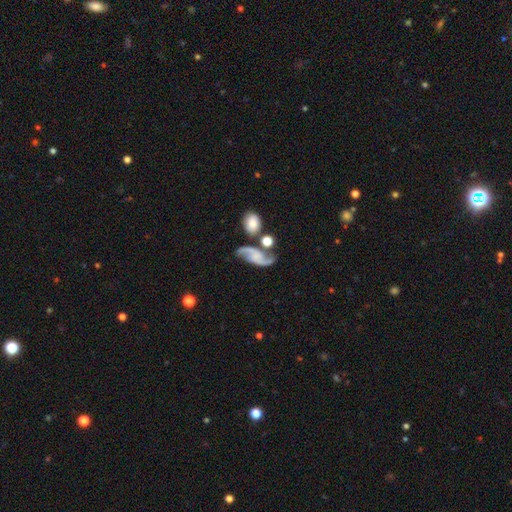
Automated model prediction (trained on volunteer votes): The model was most divided on "bulge size": none: 54%, small: 28%, moderate: 11%, large: 4%, dominant: 2%. More confident: edge-on disk — no (96%); spiral arms — yes (96%); spiral arm count — 2 (93%); smooth or featured — featured or disk (83%); spiral winding — loose (71%); bar — no (59%); merging — none (55%).